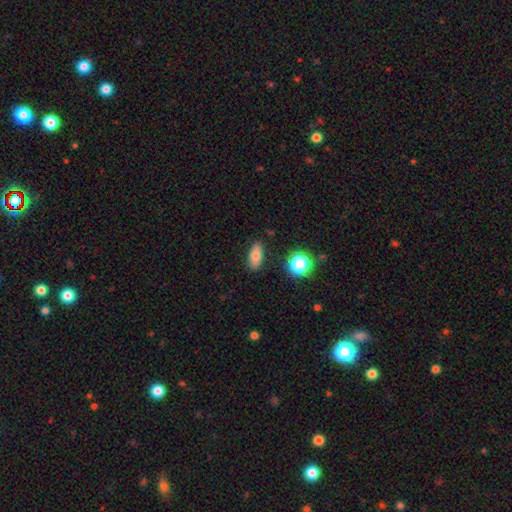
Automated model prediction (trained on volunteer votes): Q: Smooth or featured?
A: smooth (75%); runner-up: featured or disk (13%)
Q: How rounded?
A: in between (79%); runner-up: cigar-shaped (14%)
Q: Merging?
A: none (87%); runner-up: minor disturbance (9%)